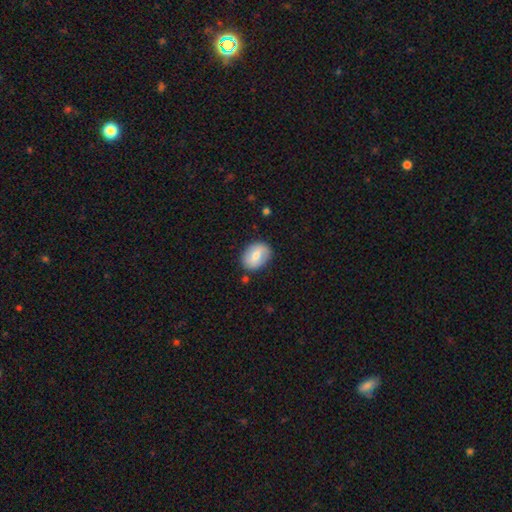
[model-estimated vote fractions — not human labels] Q: Smooth or featured?
A: smooth (65%); runner-up: featured or disk (28%)
Q: How rounded?
A: in between (66%); runner-up: round (33%)
Q: Merging?
A: none (80%); runner-up: minor disturbance (14%)